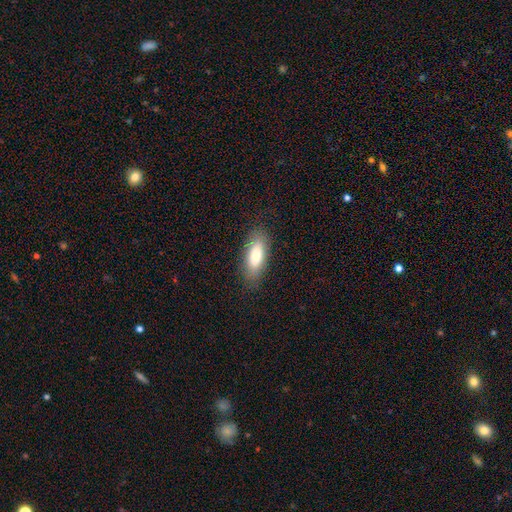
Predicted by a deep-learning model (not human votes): Smooth or featured: smooth — 75% (featured or disk — 18%)
How rounded: in between — 81% (cigar-shaped — 17%)
Merging: none — 85% (minor disturbance — 11%)